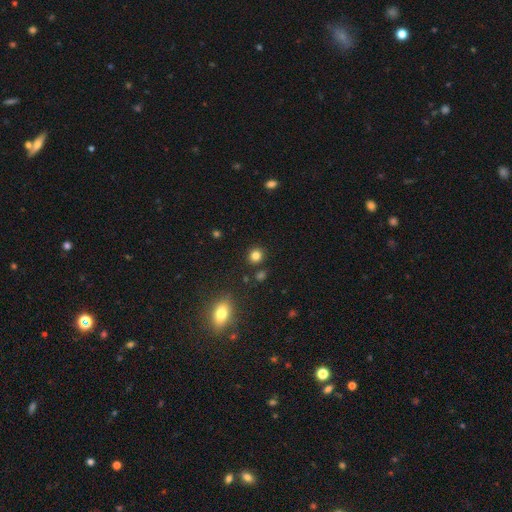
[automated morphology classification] The model was most divided on "smooth or featured": smooth: 81%, star or artifact: 14%, featured or disk: 5%. More confident: how rounded — round (88%); merging — none (88%).